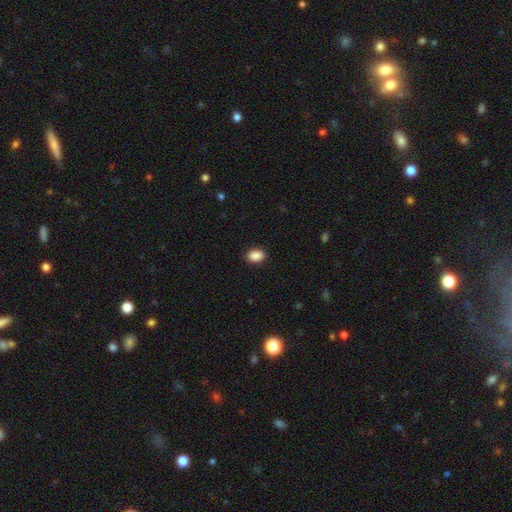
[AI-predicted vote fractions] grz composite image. It shows a smooth galaxy with no disk features (90%) that is in between round and cigar-shaped (83%). Merging: none (88%).